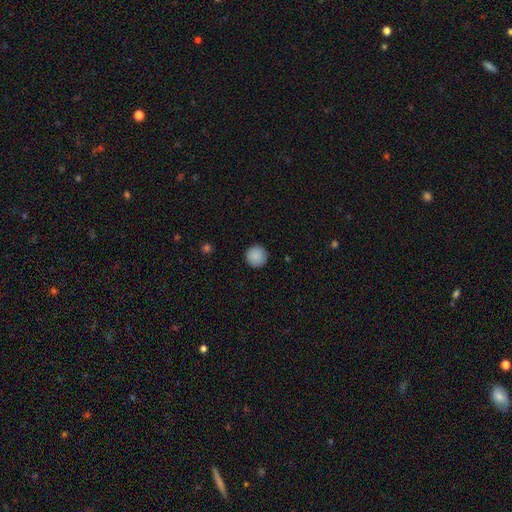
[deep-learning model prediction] smooth-or-featured: smooth: 89% | star or artifact: 7% | featured or disk: 3%
  how-rounded: round: 96% | in between: 3% | cigar-shaped: 1%
  merging: none: 92% | minor disturbance: 5% | major disturbance: 2% | merger: 1%